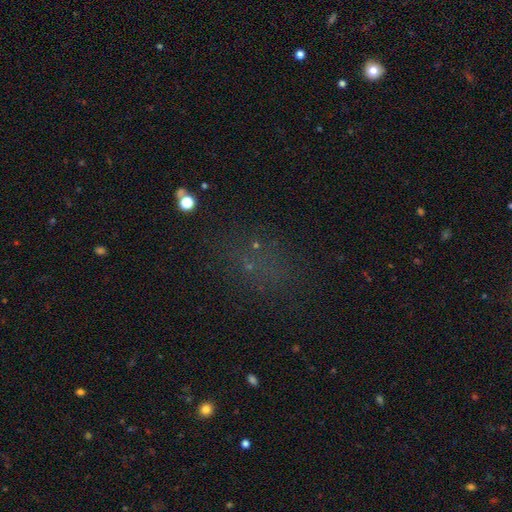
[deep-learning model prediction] This is possibly a star or artifact rather than a galaxy (47%).